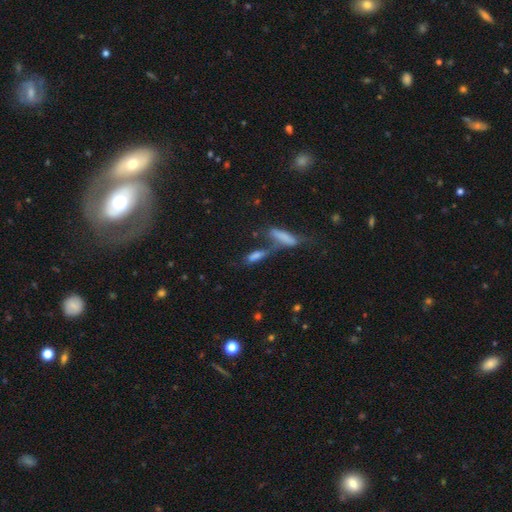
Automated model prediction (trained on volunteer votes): Smooth or featured?
  - smooth: 69% *
  - featured or disk: 18%
  - star or artifact: 12%
How rounded?
  - cigar-shaped: 50% *
  - in between: 47%
  - round: 4%
Merging?
  - merger: 53% *
  - none: 26%
  - minor disturbance: 11%
  - major disturbance: 10%